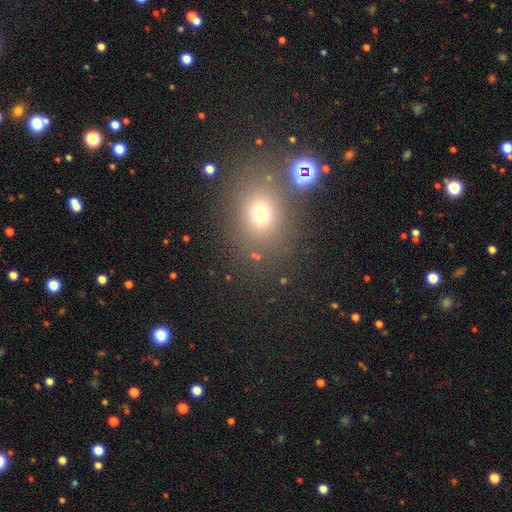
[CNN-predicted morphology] type=smooth (60%); roundness=round (57%); merging=none (78%).